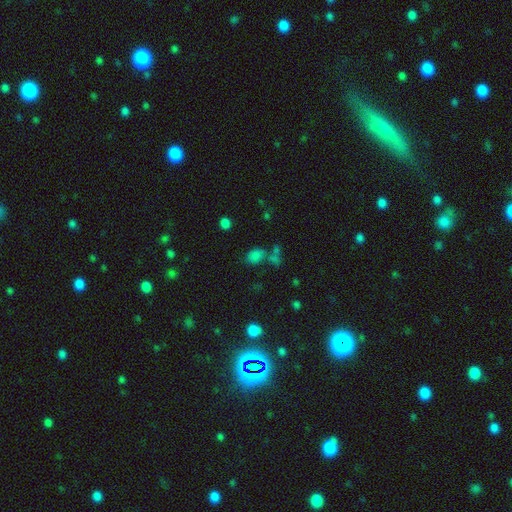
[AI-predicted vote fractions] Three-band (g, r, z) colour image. It shows a smooth galaxy with no disk features (73%) that is in between round and cigar-shaped (69%). Merging: none (50%).